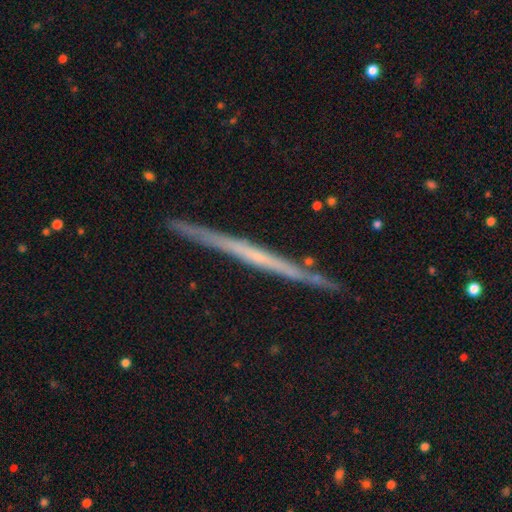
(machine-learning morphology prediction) Smooth or featured?
  - featured or disk: 68% *
  - smooth: 25%
  - star or artifact: 7%
Edge-on disk?
  - yes: 97% *
  - no: 3%
Edge-on bulge?
  - none: 88% *
  - rounded: 8%
  - boxy: 4%
Merging?
  - none: 88% *
  - minor disturbance: 9%
  - merger: 1%
  - major disturbance: 1%